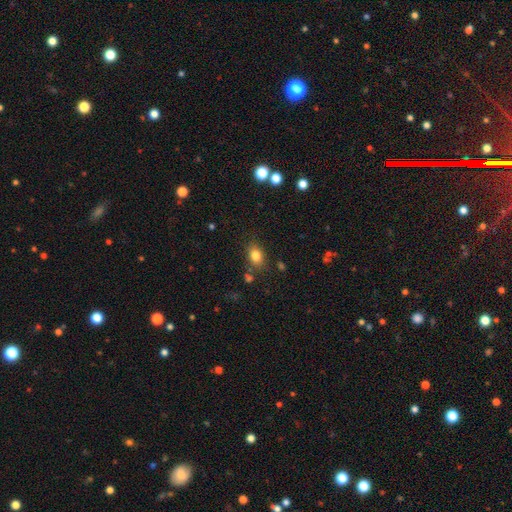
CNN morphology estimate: This appears to be a smooth galaxy with no disk features (81%) that is in between round and cigar-shaped (70%). Merging: none (77%).